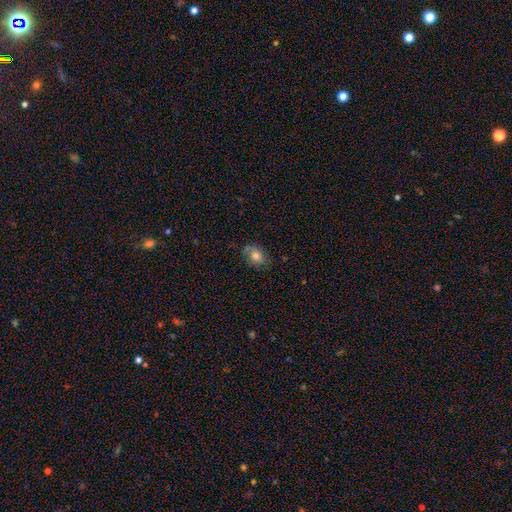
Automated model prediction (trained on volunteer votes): Morphology: type=smooth (72%); roundness=in between (62%); merging=none (67%).